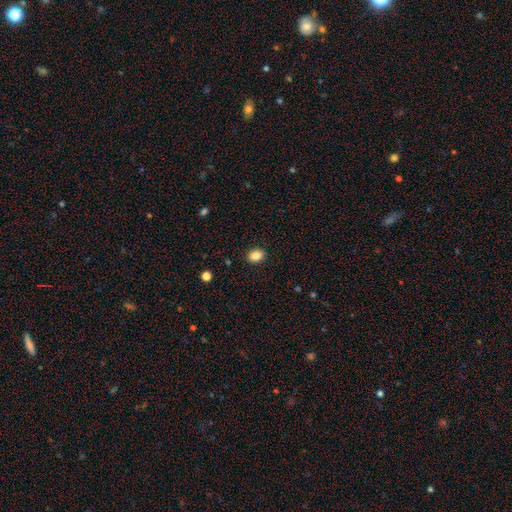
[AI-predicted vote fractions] This appears to be a smooth galaxy with no disk features (86%) that is in between round and cigar-shaped (76%). Merging: none (89%).